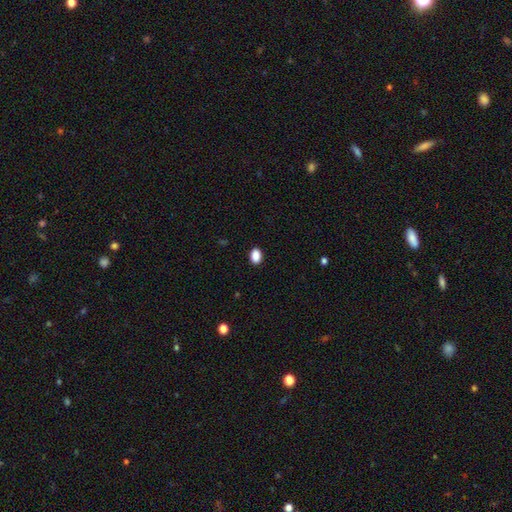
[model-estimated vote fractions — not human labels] Smooth or featured? smooth (89%)
How rounded? in between (80%)
Merging? none (89%)